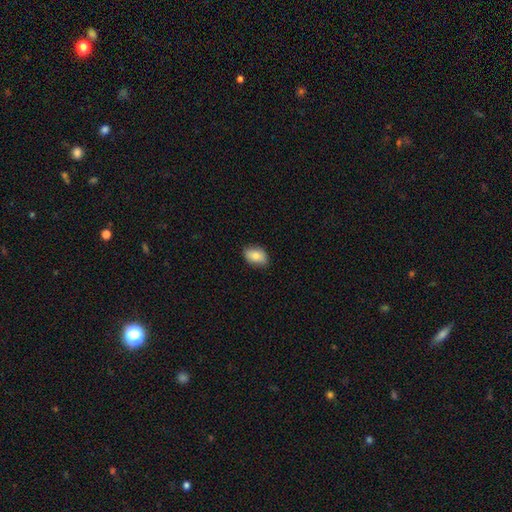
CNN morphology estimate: The model was most divided on "smooth or featured": smooth: 81%, featured or disk: 11%, star or artifact: 7%. More confident: how rounded — in between (87%); merging — none (84%).